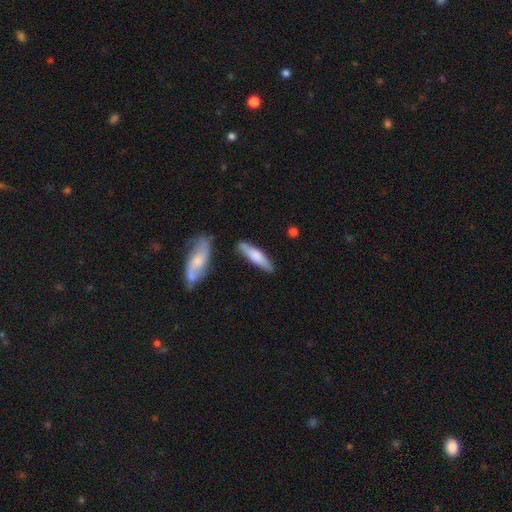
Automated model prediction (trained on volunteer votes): The model was most divided on "smooth or featured": smooth: 61%, featured or disk: 33%, star or artifact: 5%. More confident: merging — none (79%); how rounded — cigar-shaped (75%).